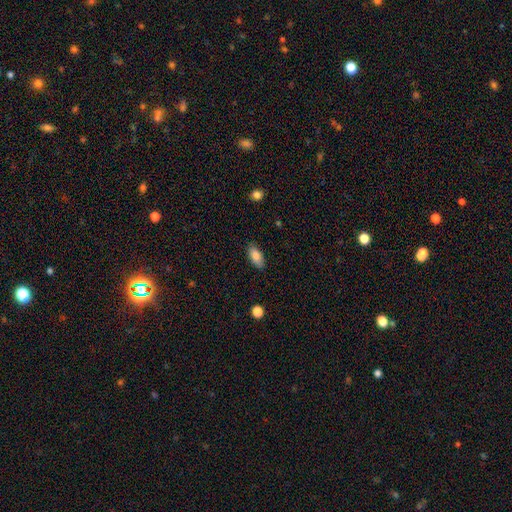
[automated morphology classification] Overall: smooth (83%). How rounded: in between (90%). Merging: none (85%).